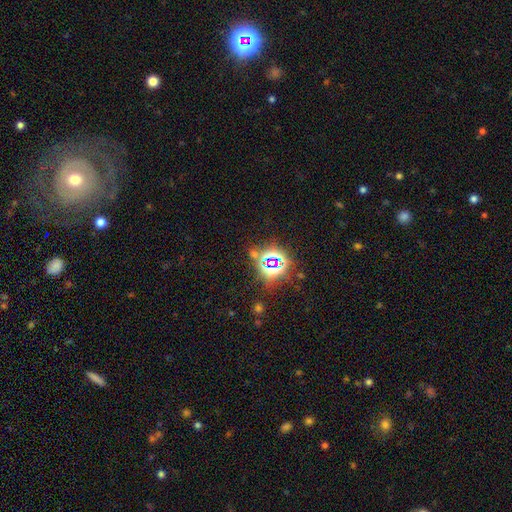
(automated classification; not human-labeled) The model was most divided on "smooth or featured": star or artifact: 78%, smooth: 14%, featured or disk: 9%.